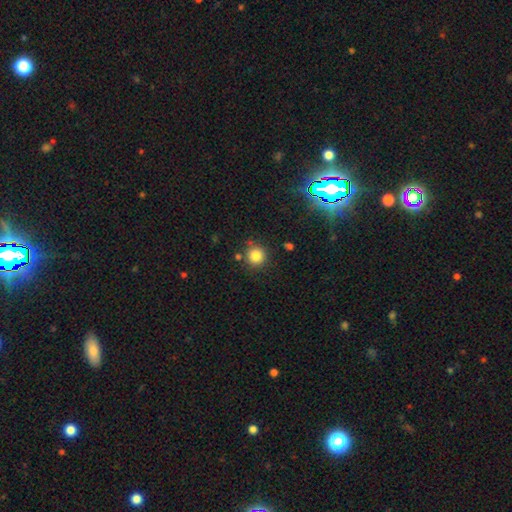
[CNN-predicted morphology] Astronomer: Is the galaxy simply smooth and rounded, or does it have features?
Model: smooth — 83%.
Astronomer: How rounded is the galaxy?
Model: round — 93%.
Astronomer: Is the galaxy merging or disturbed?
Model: none — 83%.